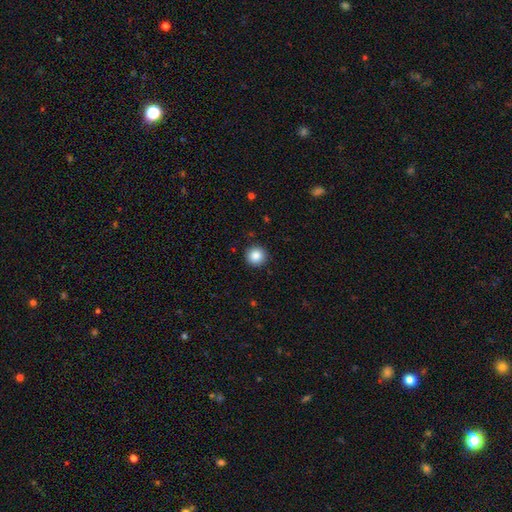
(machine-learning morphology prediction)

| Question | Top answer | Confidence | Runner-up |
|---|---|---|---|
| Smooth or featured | smooth | 86% | star or artifact (10%) |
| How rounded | round | 95% | in between (4%) |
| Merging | none | 92% | minor disturbance (5%) |